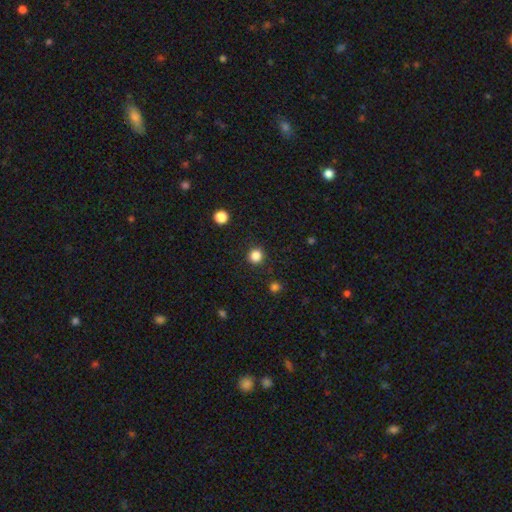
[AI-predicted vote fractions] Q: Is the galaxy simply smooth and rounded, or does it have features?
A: smooth — 85%.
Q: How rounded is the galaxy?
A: round — 93%.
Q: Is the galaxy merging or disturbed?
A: none — 90%.